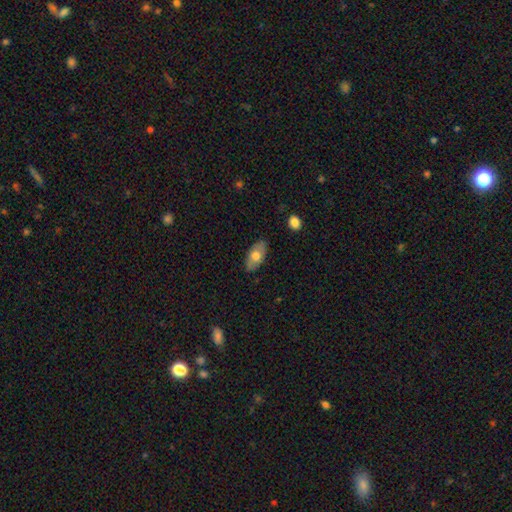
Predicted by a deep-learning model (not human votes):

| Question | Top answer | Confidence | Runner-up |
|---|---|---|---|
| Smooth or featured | smooth | 68% | featured or disk (26%) |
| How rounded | in between | 92% | round (4%) |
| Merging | none | 83% | minor disturbance (13%) |